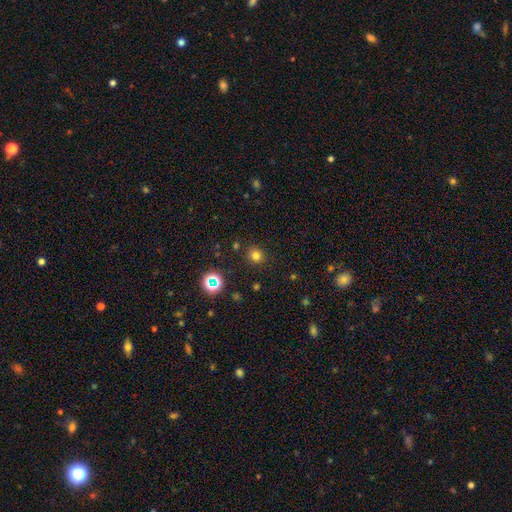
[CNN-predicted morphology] smooth 77%, star or artifact 17%, featured or disk 6%. Down the decision tree: how rounded — round (86%); merging — none (89%).